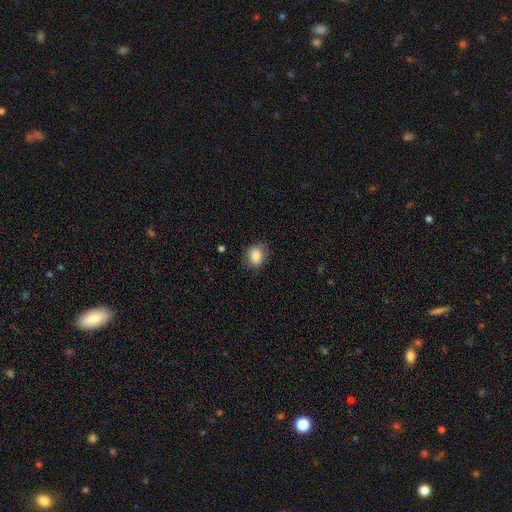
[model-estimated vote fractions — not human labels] This appears to be a smooth galaxy with no disk features (83%) that is round (57%). Merging: none (77%).